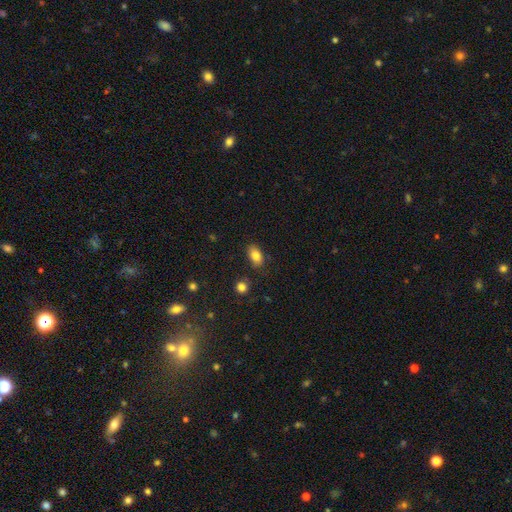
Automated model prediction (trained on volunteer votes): A smooth galaxy with no disk features (83%) that is in between round and cigar-shaped (88%). Merging: none (81%).